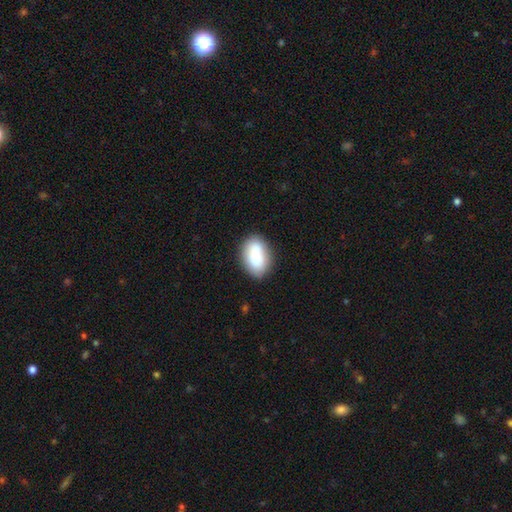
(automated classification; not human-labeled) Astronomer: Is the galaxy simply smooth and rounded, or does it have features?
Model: smooth — 85%.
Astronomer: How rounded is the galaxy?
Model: in between — 89%.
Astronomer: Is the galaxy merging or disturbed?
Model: none — 78%.